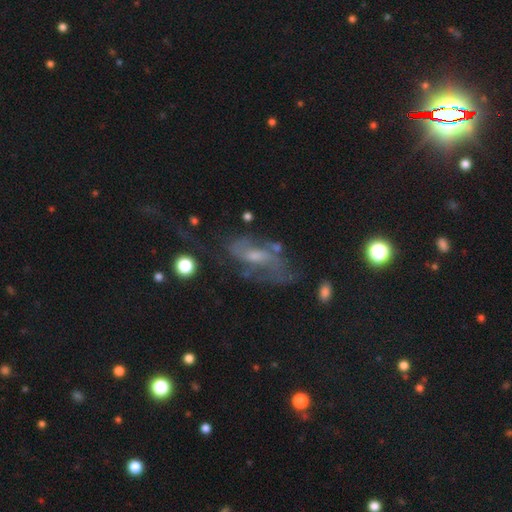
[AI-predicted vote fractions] Smooth or featured? featured or disk (69%)
Edge-on disk? no (91%)
Bar? no (47%)
Spiral arms? yes (73%)
Bulge size? small (47%)
Merging? none (48%)